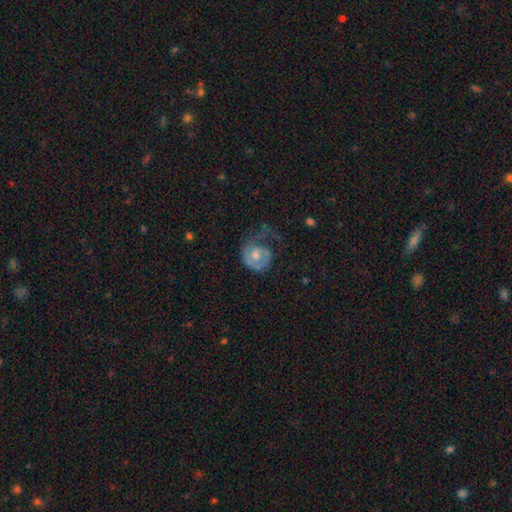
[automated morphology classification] Overall: featured or disk (71%). Edge-on disk: no (98%). Bar: no (70%). Spiral arms: yes (87%). Spiral arm count: 1 (63%). Spiral winding: tight (43%; medium 35%). Bulge size: moderate (59%; small 27%). Merging: none (39%; major disturbance 37%).